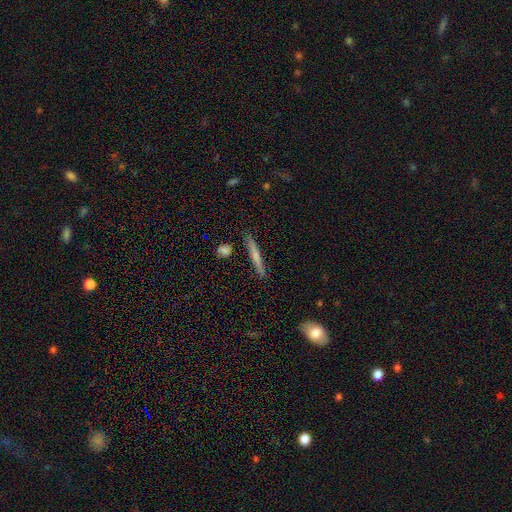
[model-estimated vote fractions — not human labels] A smooth galaxy with no disk features (54%) that is cigar-shaped (95%).

Vote fractions:
- Smooth or featured? smooth: 54% / featured or disk: 40% / star or artifact: 7%
- How rounded? cigar-shaped: 95% / in between: 3% / round: 2%
- Merging? none: 87% / minor disturbance: 9% / merger: 2% / major disturbance: 2%